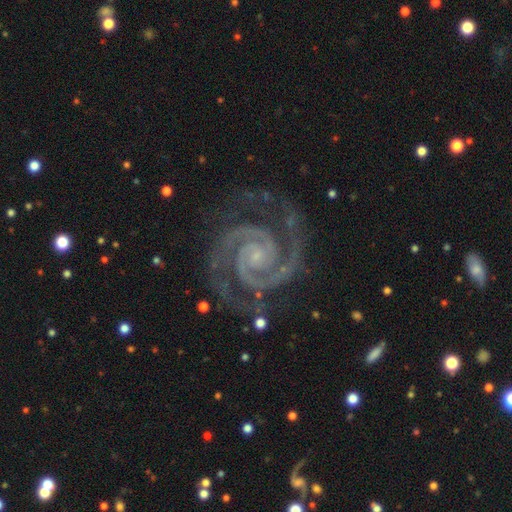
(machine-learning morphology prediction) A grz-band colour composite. It shows a featured or disk galaxy (94%) with no bar (63%), 2 (92%) tight (73%) spiral arms (99%) and a small central bulge (78%). Merging: none (78%).